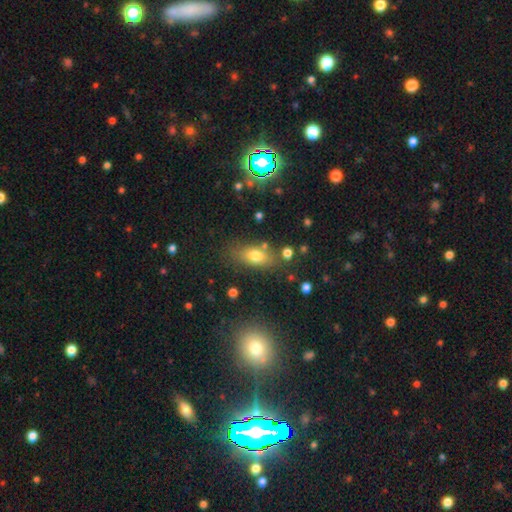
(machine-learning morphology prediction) smooth_or_featured: smooth (p=0.73) [alt: featured or disk p=0.14]
how_rounded: in between (p=0.78) [alt: round p=0.12]
merging: none (p=0.73) [alt: minor disturbance p=0.14]